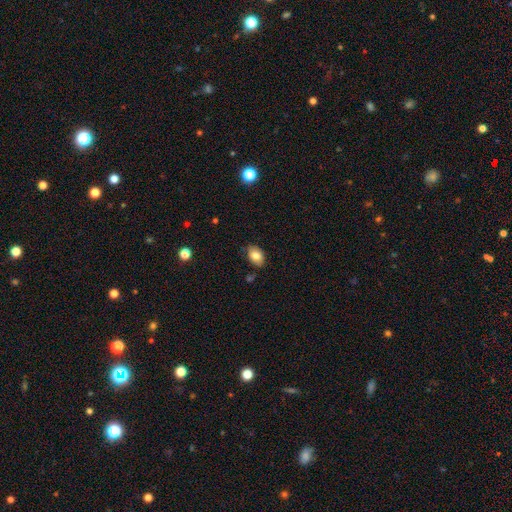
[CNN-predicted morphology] Overall: smooth (81%). How rounded: in between (85%). Merging: none (78%).